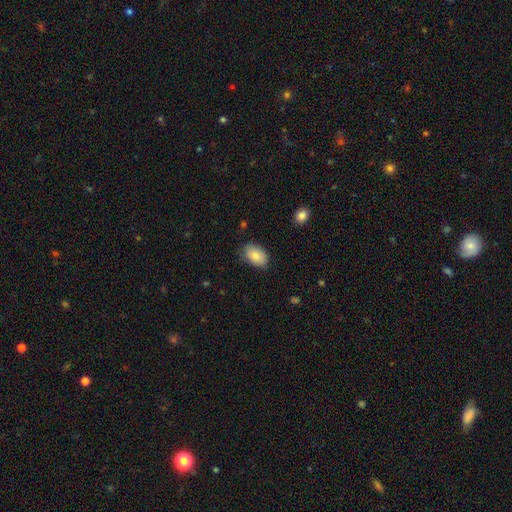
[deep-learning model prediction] Smooth or featured? Predicted: smooth (p=0.85). How rounded? Predicted: in between (p=0.90). Merging? Predicted: none (p=0.81).